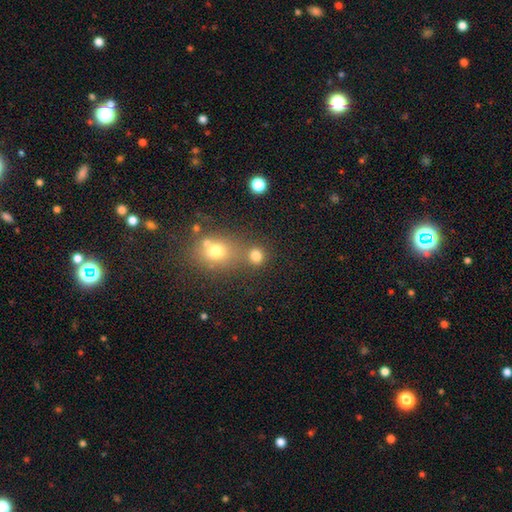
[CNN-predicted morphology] A smooth galaxy with no disk features (77%) that is round (83%). Merging: none (62%).